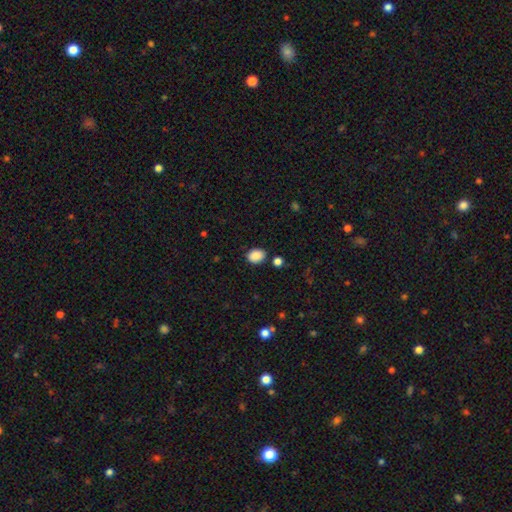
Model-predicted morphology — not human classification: A smooth galaxy with no disk features (88%) that is in between round and cigar-shaped (64%). Merging: none (82%).